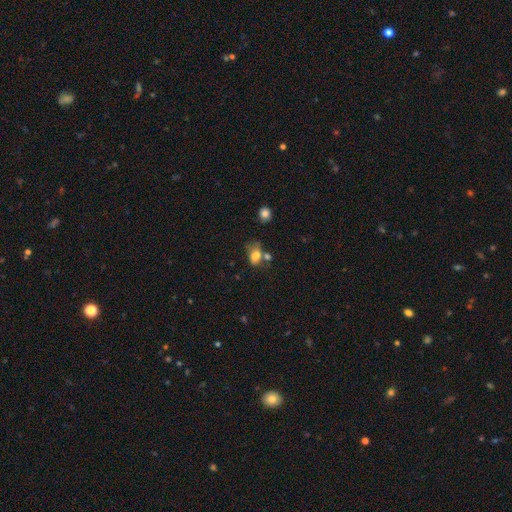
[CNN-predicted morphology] type=smooth (73%); roundness=in between (75%); merging=none (35%).